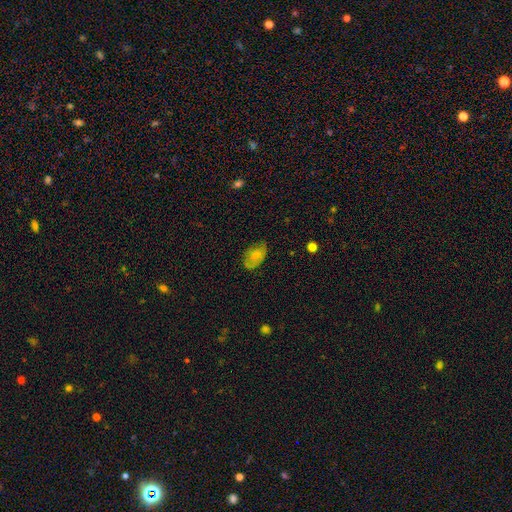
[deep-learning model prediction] Q: Smooth or featured?
A: smooth (67%); runner-up: featured or disk (25%)
Q: How rounded?
A: in between (89%); runner-up: round (10%)
Q: Merging?
A: none (63%); runner-up: minor disturbance (28%)